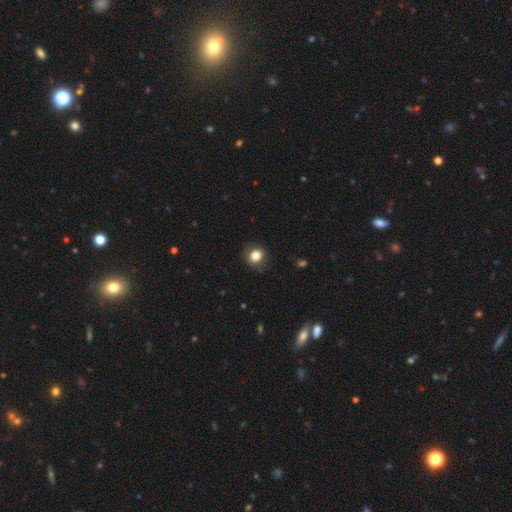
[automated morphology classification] smooth-or-featured: smooth: 82% | star or artifact: 11% | featured or disk: 7%
  how-rounded: round: 81% | in between: 18% | cigar-shaped: 1%
  merging: none: 82% | minor disturbance: 13% | major disturbance: 3% | merger: 1%